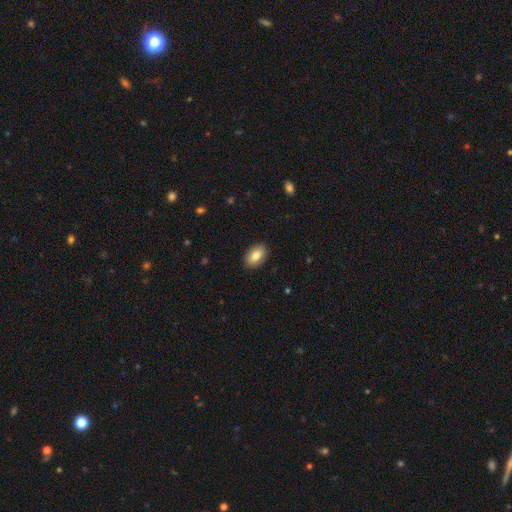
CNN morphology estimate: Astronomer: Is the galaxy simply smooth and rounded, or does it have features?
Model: smooth — 82%.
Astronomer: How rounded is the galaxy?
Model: in between — 89%.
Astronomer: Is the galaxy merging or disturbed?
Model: none — 90%.